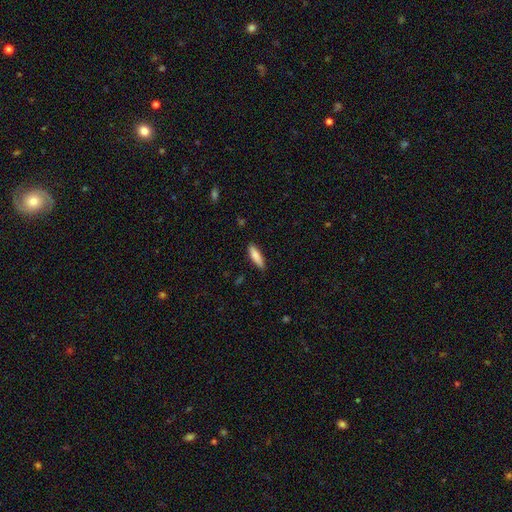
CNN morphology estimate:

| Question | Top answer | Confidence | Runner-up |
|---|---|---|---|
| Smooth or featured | smooth | 85% | featured or disk (9%) |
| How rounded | cigar-shaped | 54% | in between (44%) |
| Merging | none | 85% | minor disturbance (12%) |